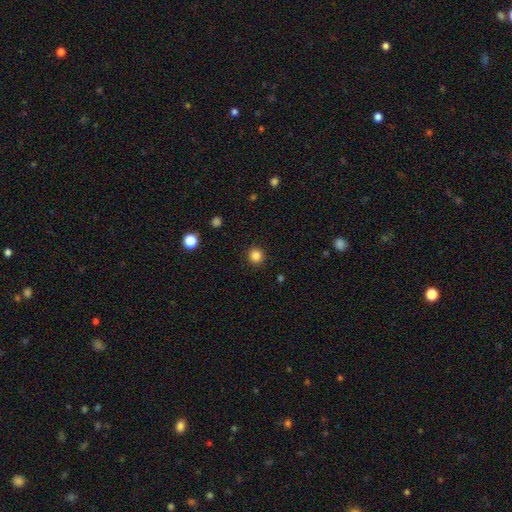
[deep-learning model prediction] Smooth or featured? smooth (84%)
How rounded? round (94%)
Merging? none (92%)